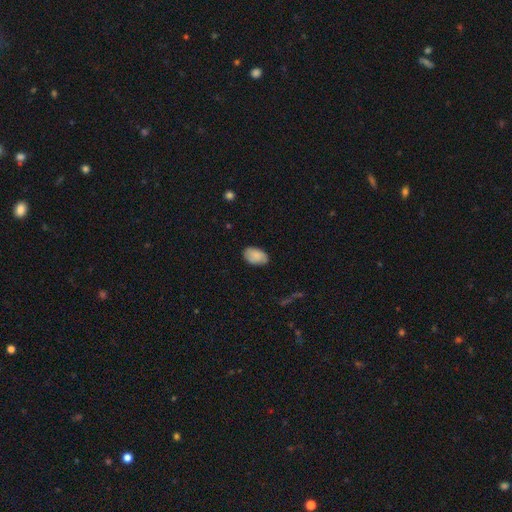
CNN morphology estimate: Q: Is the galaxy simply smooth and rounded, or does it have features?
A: smooth — 85%.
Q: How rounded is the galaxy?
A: in between — 92%.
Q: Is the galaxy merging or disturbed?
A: none — 81%.